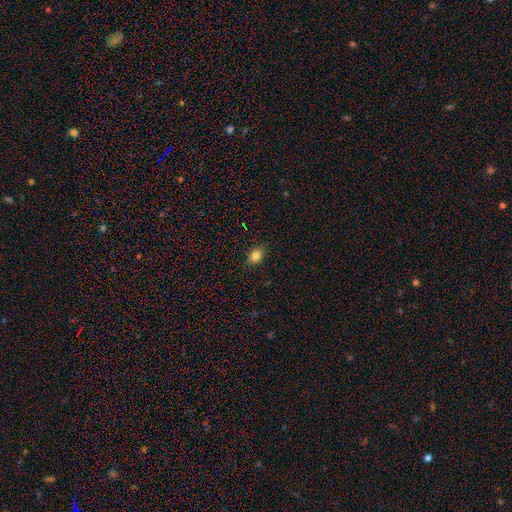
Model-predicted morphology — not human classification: The model was most divided on "how rounded": in between: 73%, round: 25%, cigar-shaped: 2%. More confident: merging — none (87%); smooth or featured — smooth (81%).